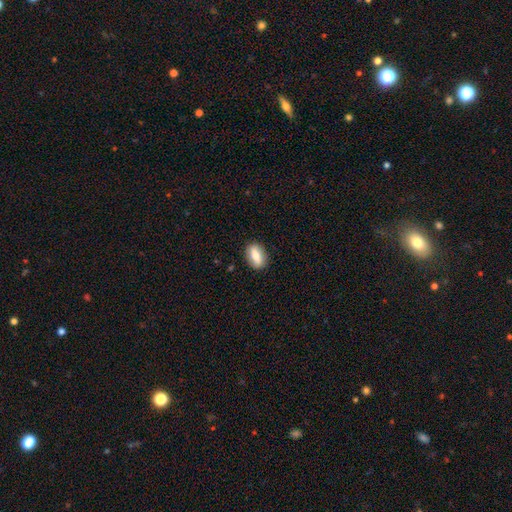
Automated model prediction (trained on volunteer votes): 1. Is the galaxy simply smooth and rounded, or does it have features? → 68% smooth, 25% featured or disk, 7% star or artifact.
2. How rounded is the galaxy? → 82% in between, 11% round, 8% cigar-shaped.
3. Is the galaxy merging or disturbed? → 86% none, 11% minor disturbance, 2% major disturbance, 1% merger.